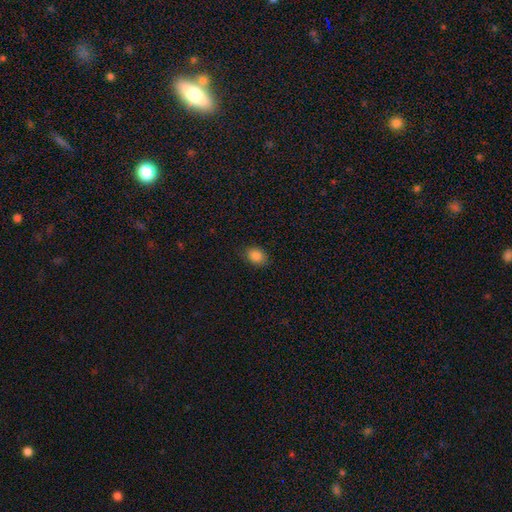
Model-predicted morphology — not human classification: This is clearly a smooth galaxy (86%). How rounded: likely in between (66%). Merging: clearly none (86%).